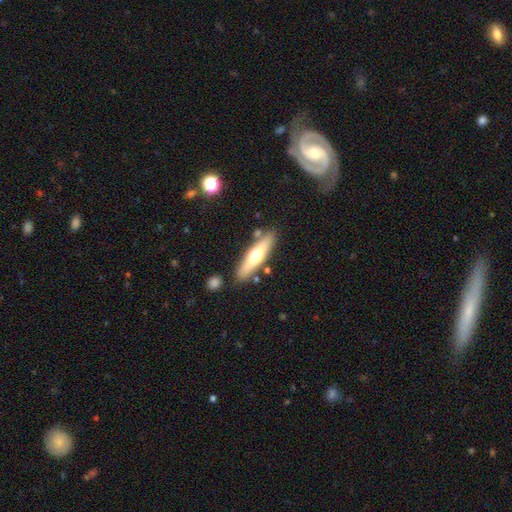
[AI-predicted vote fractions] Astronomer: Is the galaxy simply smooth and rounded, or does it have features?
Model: smooth — 48% (runner-up: featured or disk, 47%).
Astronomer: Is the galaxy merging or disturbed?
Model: none — 81%.